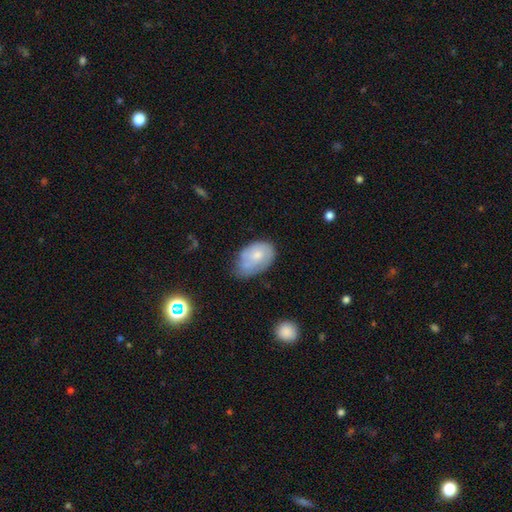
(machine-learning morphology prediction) Overall: smooth (56%; featured or disk 36%). How rounded: in between (88%). Merging: none (44%; minor disturbance 39%).